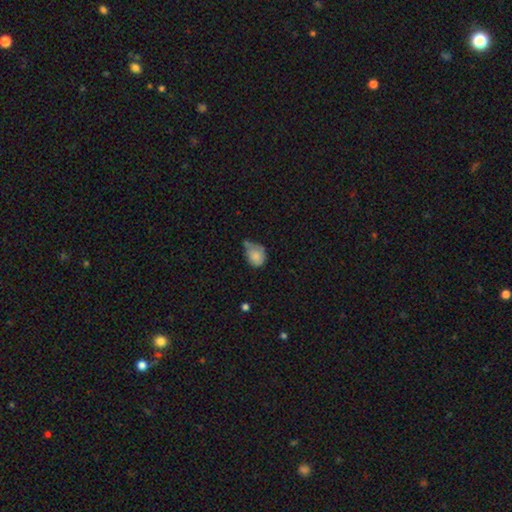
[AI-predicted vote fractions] Morphology: type=smooth (80%); roundness=in between (52%); merging=minor disturbance (38%).